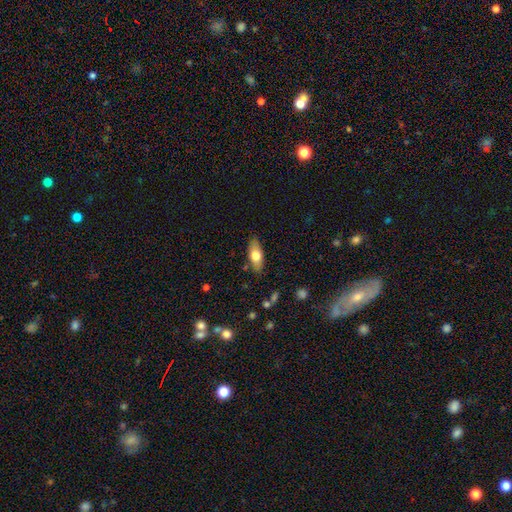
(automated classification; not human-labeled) smooth_or_featured: smooth (p=0.66) [alt: featured or disk p=0.27]
how_rounded: in between (p=0.78) [alt: cigar-shaped p=0.18]
merging: none (p=0.84) [alt: minor disturbance p=0.12]